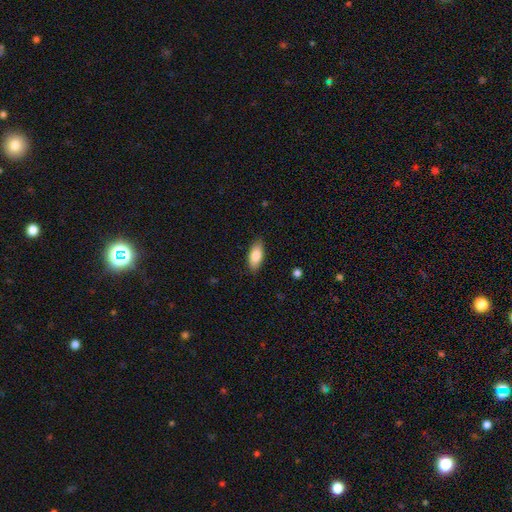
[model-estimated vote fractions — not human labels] Overall: smooth (83%). How rounded: in between (85%). Merging: none (86%).